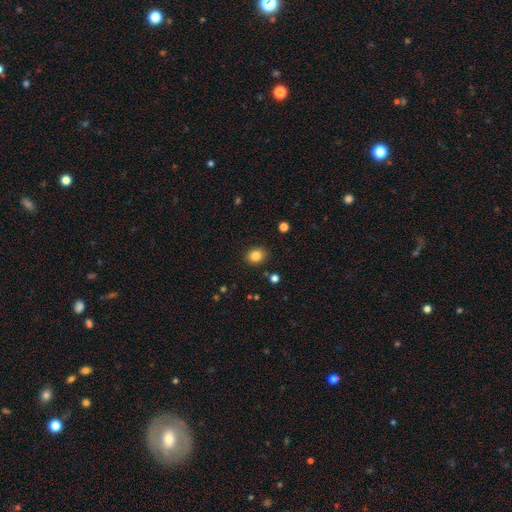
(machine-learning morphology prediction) Q: Smooth or featured?
A: smooth (84%); runner-up: star or artifact (10%)
Q: How rounded?
A: round (53%); runner-up: in between (46%)
Q: Merging?
A: none (88%); runner-up: minor disturbance (8%)